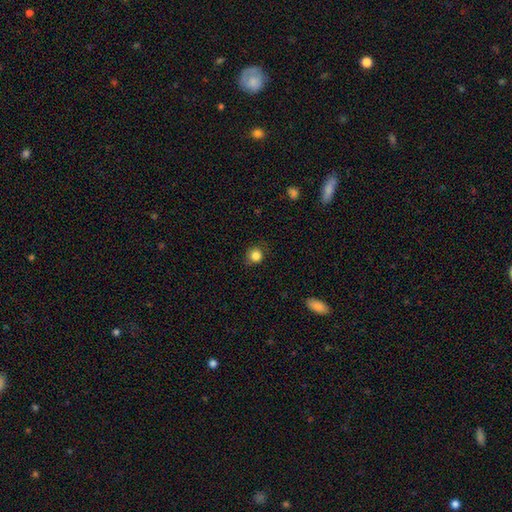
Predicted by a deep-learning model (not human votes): Morphology: type=smooth (84%); roundness=round (88%); merging=none (82%).